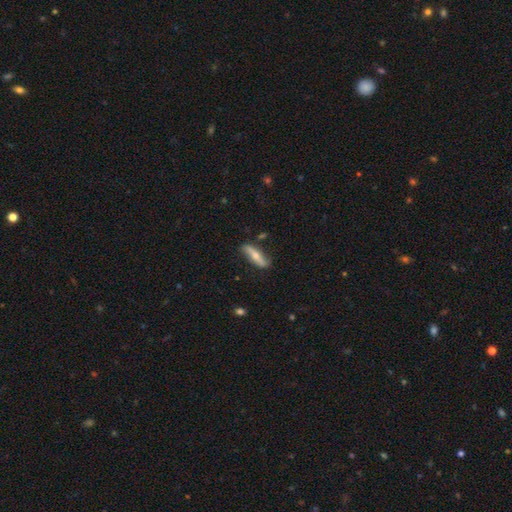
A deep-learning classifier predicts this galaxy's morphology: The model was most divided on "smooth or featured": featured or disk: 53%, smooth: 42%, star or artifact: 6%. More confident: merging — none (78%); edge-on disk — yes (56%).